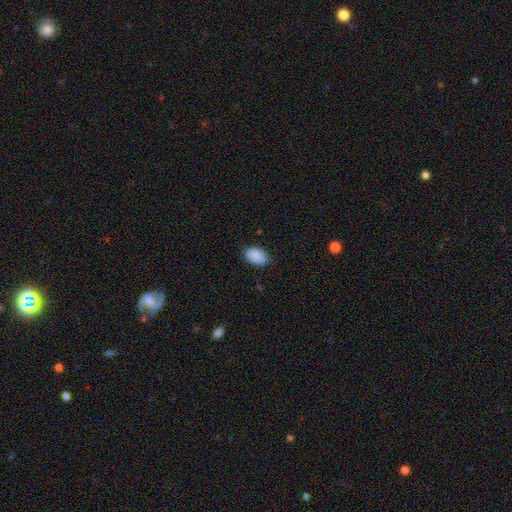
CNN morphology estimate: Smooth or featured? Predicted: smooth (p=0.90). How rounded? Predicted: in between (p=0.88). Merging? Predicted: none (p=0.82).